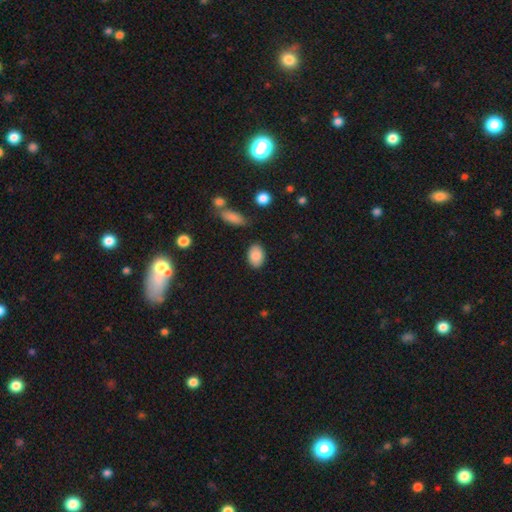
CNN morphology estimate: smooth-or-featured: smooth: 87% | star or artifact: 7% | featured or disk: 6%
  how-rounded: in between: 86% | round: 12% | cigar-shaped: 1%
  merging: none: 83% | minor disturbance: 11% | major disturbance: 3% | merger: 2%